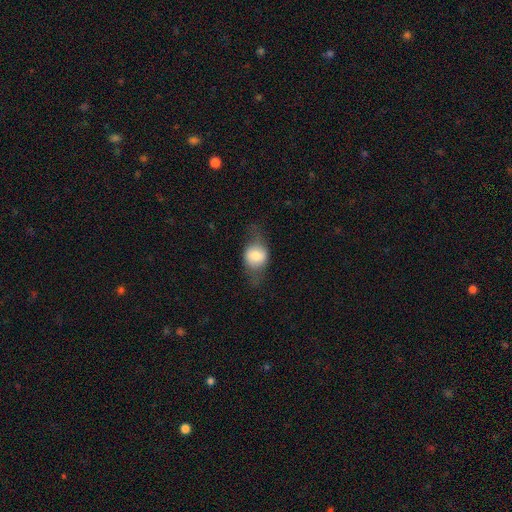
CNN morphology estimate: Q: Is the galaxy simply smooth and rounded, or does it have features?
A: smooth — 56%.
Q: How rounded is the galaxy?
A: round — 53%.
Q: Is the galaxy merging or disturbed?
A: none — 59%.